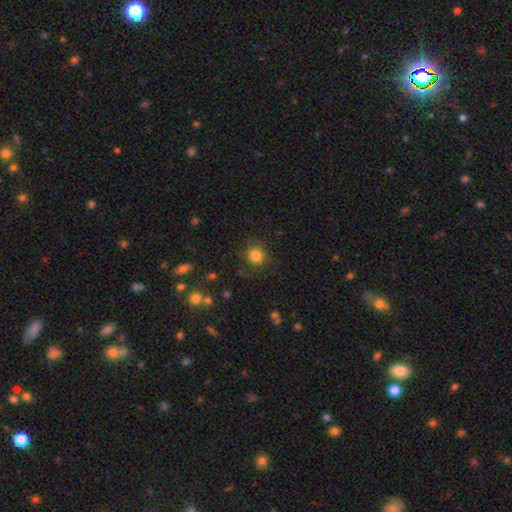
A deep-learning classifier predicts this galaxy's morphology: smooth-or-featured: smooth: 83% | star or artifact: 12% | featured or disk: 5%
  how-rounded: round: 91% | in between: 8% | cigar-shaped: 1%
  merging: none: 85% | minor disturbance: 10% | major disturbance: 4% | merger: 2%